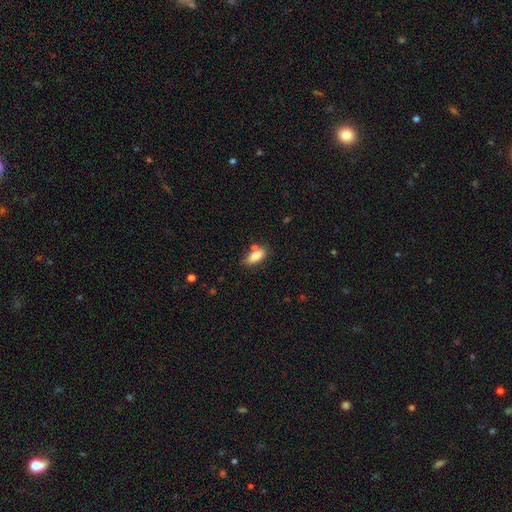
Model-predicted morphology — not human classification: smooth-or-featured: smooth: 83% | featured or disk: 10% | star or artifact: 7%
  how-rounded: in between: 82% | cigar-shaped: 15% | round: 3%
  merging: none: 67% | minor disturbance: 17% | merger: 12% | major disturbance: 4%